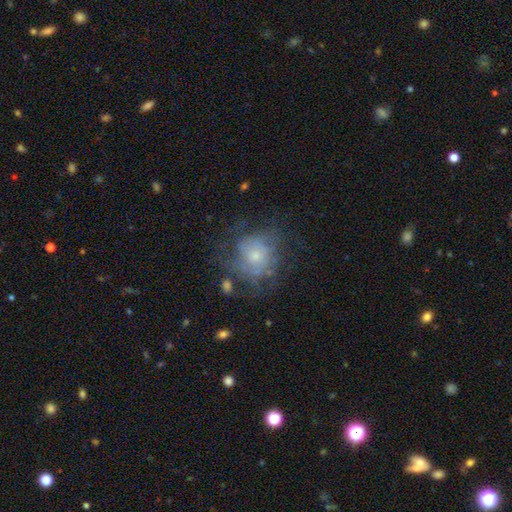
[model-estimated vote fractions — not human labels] Smooth or featured? Predicted: featured or disk (p=0.53). Edge-on disk? Predicted: no (p=0.97). Bar? Predicted: no (p=0.83). Spiral arms? Predicted: yes (p=0.57). Bulge size? Predicted: small (p=0.56). Merging? Predicted: none (p=0.54).